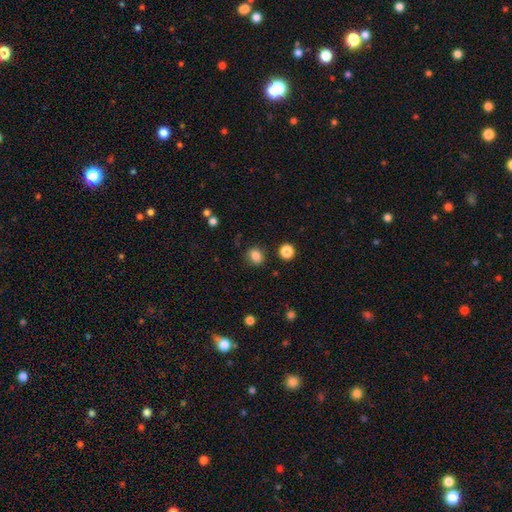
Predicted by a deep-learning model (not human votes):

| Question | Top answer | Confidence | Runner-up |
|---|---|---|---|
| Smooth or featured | smooth | 84% | star or artifact (11%) |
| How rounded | round | 60% | in between (39%) |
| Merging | none | 82% | minor disturbance (12%) |